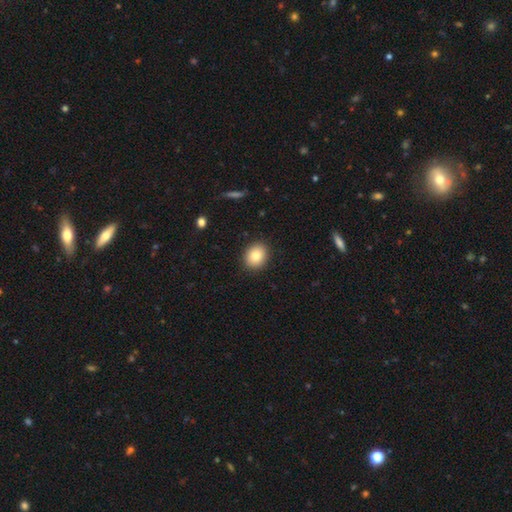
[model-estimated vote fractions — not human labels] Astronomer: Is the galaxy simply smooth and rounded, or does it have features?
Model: smooth — 82%.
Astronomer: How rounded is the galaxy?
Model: round — 61% (runner-up: in between, 38%).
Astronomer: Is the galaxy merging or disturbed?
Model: none — 90%.